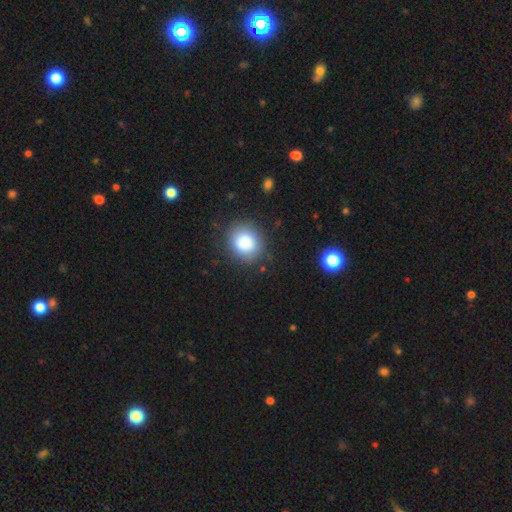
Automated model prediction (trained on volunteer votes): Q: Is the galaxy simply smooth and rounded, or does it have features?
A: smooth — 78%.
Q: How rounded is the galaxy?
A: round — 77%.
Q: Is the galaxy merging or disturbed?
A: none — 86%.